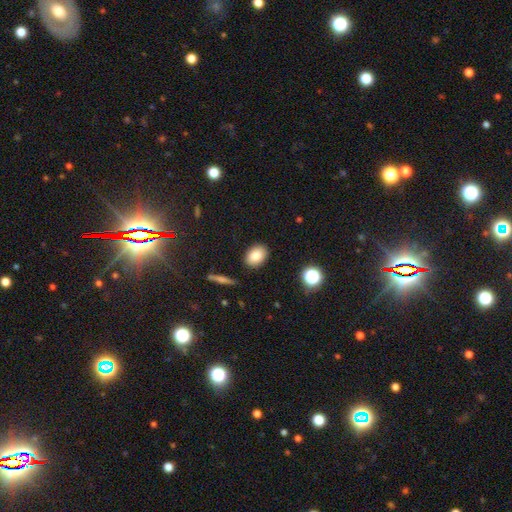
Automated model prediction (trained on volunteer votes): Smooth or featured?
  - smooth: 83% *
  - star or artifact: 9%
  - featured or disk: 7%
How rounded?
  - in between: 79% *
  - round: 20%
  - cigar-shaped: 1%
Merging?
  - none: 87% *
  - minor disturbance: 9%
  - major disturbance: 2%
  - merger: 2%